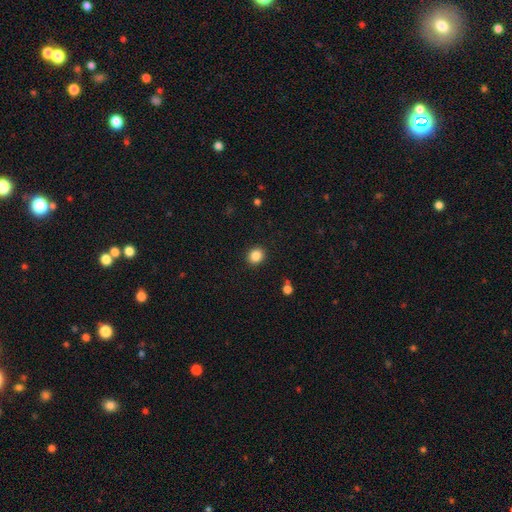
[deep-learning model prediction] Smooth or featured?
  - smooth: 85% *
  - star or artifact: 10%
  - featured or disk: 4%
How rounded?
  - round: 79% *
  - in between: 20%
  - cigar-shaped: 1%
Merging?
  - none: 91% *
  - minor disturbance: 6%
  - major disturbance: 2%
  - merger: 1%